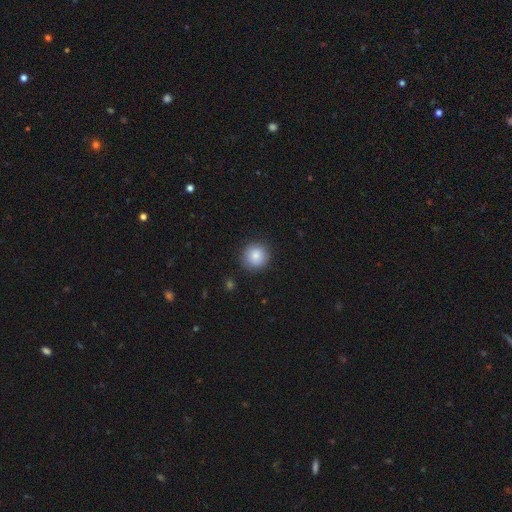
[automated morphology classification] Smooth or featured?
  - smooth: 85% *
  - star or artifact: 8%
  - featured or disk: 6%
How rounded?
  - round: 93% *
  - in between: 6%
  - cigar-shaped: 1%
Merging?
  - none: 88% *
  - minor disturbance: 8%
  - major disturbance: 2%
  - merger: 1%